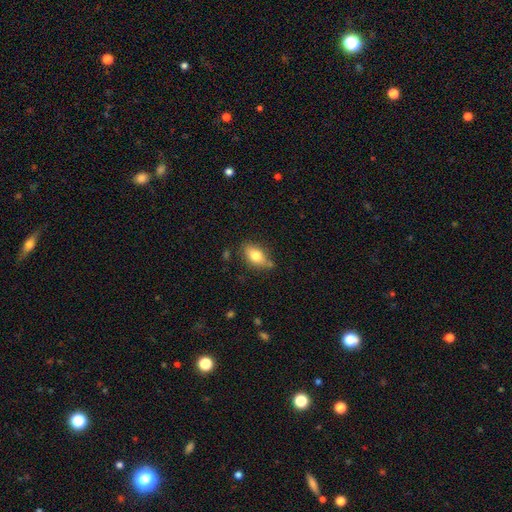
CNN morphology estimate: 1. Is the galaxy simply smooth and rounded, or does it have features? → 77% smooth, 16% featured or disk, 7% star or artifact.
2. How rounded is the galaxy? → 87% in between, 7% round, 6% cigar-shaped.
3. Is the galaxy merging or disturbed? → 71% none, 20% minor disturbance, 5% merger, 4% major disturbance.